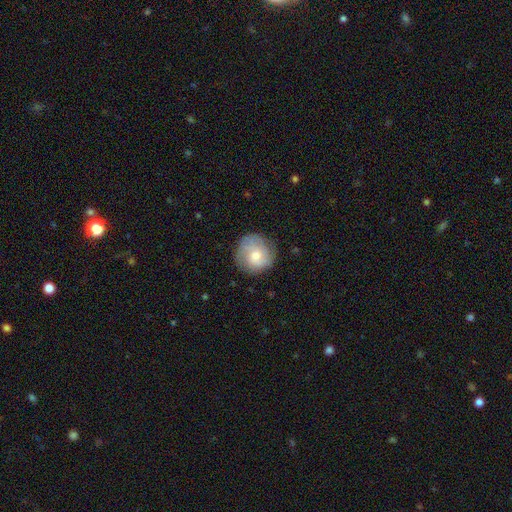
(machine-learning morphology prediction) Overall: smooth (58%; featured or disk 35%). How rounded: round (91%). Merging: none (80%).